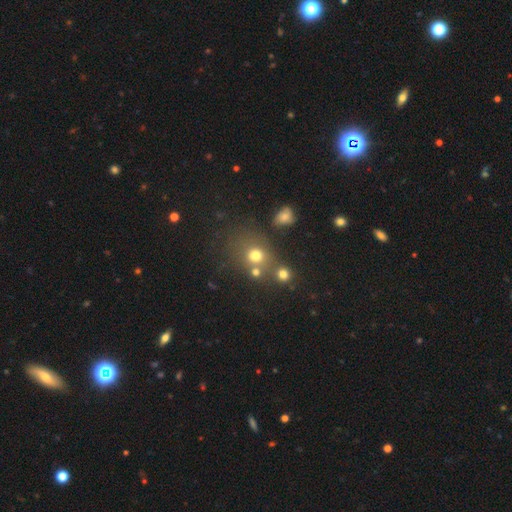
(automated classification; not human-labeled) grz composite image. It shows a smooth galaxy with no disk features (71%) that is round (74%). Merging: none (55%).